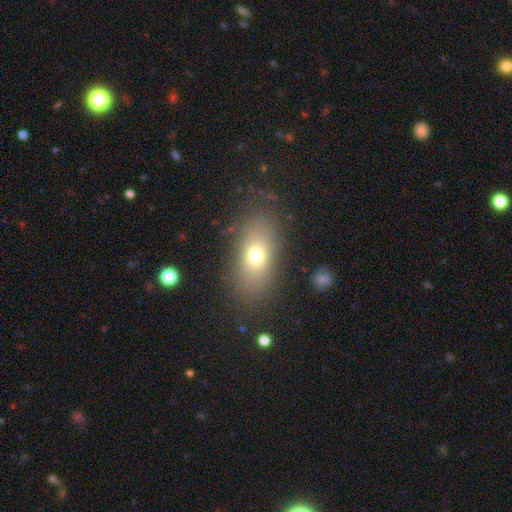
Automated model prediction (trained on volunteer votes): A smooth galaxy with no disk features (70%) that is in between round and cigar-shaped (81%).

Vote fractions:
- Smooth or featured? smooth: 70% / featured or disk: 18% / star or artifact: 12%
- How rounded? in between: 81% / round: 12% / cigar-shaped: 7%
- Merging? none: 79% / minor disturbance: 13% / major disturbance: 7% / merger: 2%